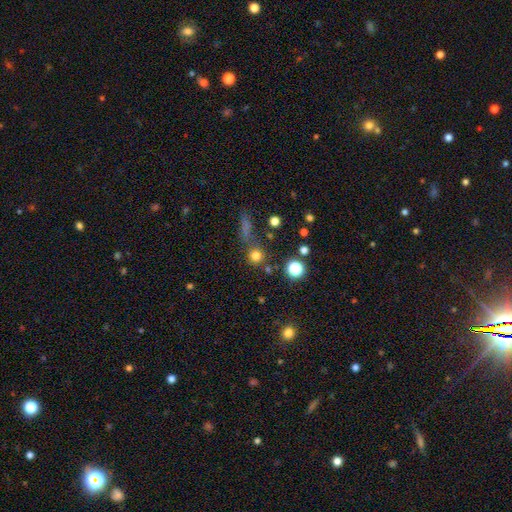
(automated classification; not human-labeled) This is likely a smooth galaxy (75%). How rounded: clearly round (92%). Merging: likely none (72%).